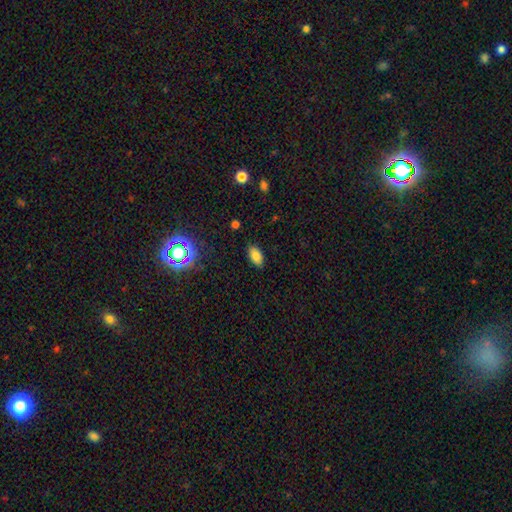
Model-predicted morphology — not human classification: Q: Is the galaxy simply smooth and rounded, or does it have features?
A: smooth — 80%.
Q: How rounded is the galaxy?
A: in between — 93%.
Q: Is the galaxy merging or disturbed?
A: none — 87%.